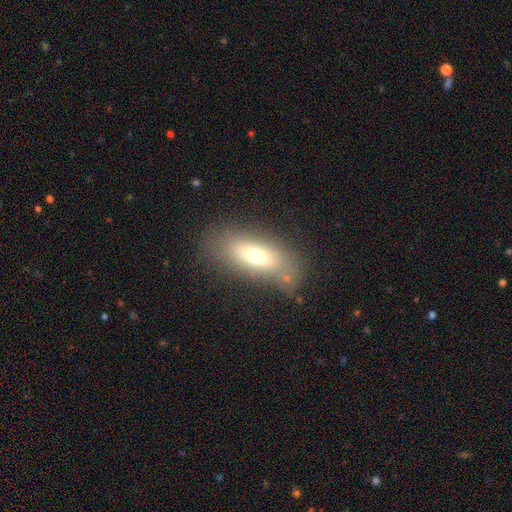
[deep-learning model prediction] smooth_or_featured: smooth (p=0.65) [alt: featured or disk p=0.24]
how_rounded: in between (p=0.74) [alt: cigar-shaped p=0.22]
merging: none (p=0.70) [alt: minor disturbance p=0.16]